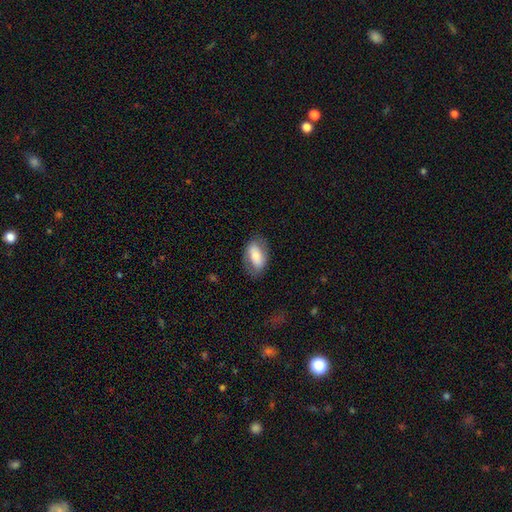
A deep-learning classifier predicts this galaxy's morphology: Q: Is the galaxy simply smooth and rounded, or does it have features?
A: smooth — 65%.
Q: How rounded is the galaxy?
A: in between — 91%.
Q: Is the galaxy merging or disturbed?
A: none — 75%.